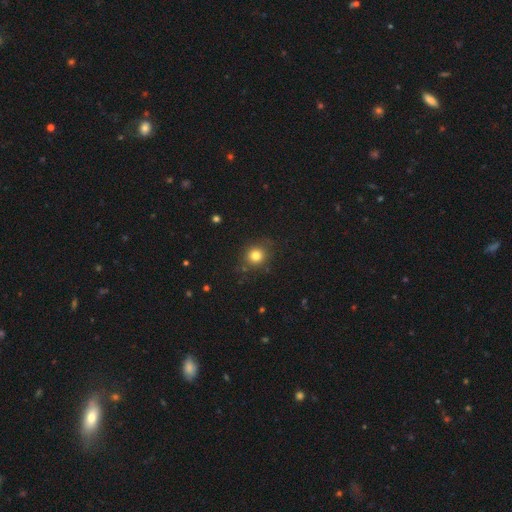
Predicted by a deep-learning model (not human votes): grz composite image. It shows a smooth galaxy with no disk features (81%) that is round (86%). Merging: none (84%).